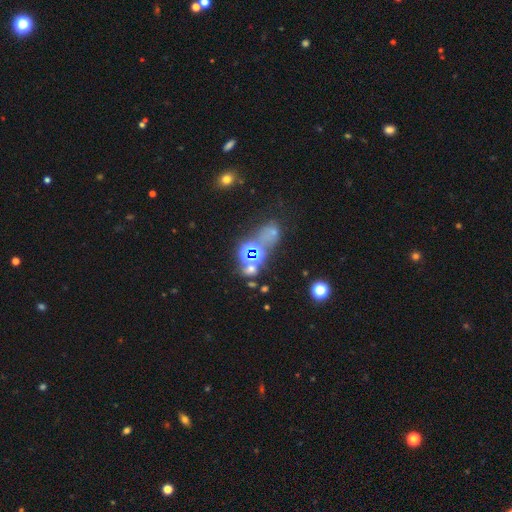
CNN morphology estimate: smooth-or-featured: star or artifact: 50% | smooth: 27% | featured or disk: 23%